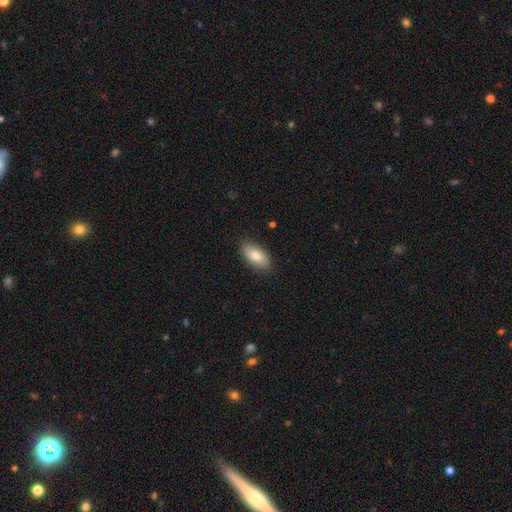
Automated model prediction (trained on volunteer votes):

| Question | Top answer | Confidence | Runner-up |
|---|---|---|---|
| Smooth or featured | smooth | 80% | featured or disk (14%) |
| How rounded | in between | 90% | cigar-shaped (6%) |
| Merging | none | 86% | minor disturbance (11%) |